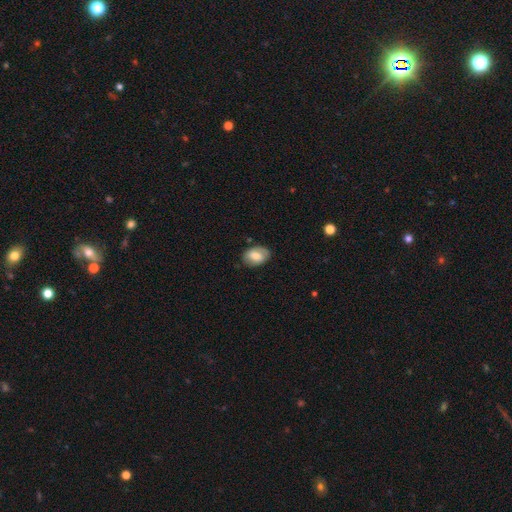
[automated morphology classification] Smooth or featured? Predicted: smooth (p=0.63). How rounded? Predicted: in between (p=0.84). Merging? Predicted: none (p=0.77).